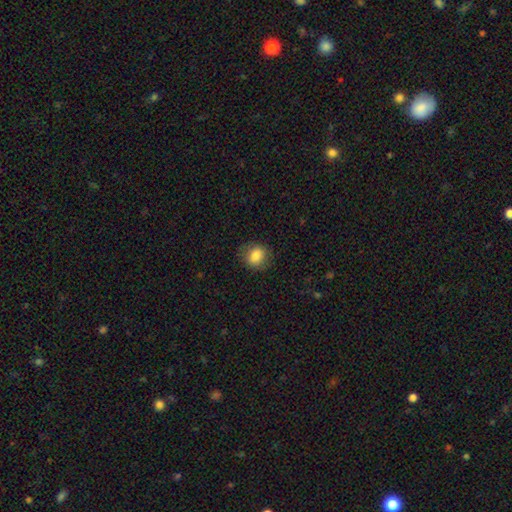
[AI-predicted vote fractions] Overall: smooth (83%). How rounded: round (61%; in between 37%). Merging: none (82%).